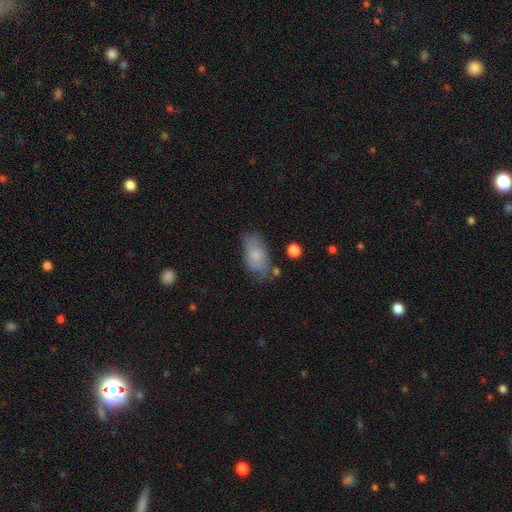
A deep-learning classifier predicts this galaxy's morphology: A smooth galaxy with no disk features (74%) that is in between round and cigar-shaped (92%).

Vote fractions:
- Smooth or featured? smooth: 74% / featured or disk: 19% / star or artifact: 7%
- How rounded? in between: 92% / round: 5% / cigar-shaped: 4%
- Merging? none: 61% / minor disturbance: 27% / major disturbance: 8% / merger: 4%